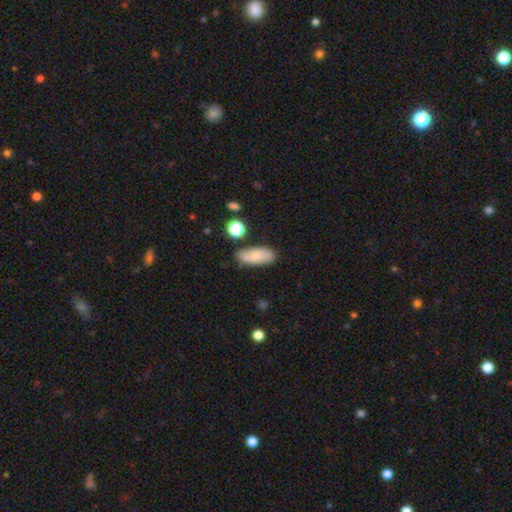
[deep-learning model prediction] This is likely a smooth galaxy (69%). How rounded: likely in between (79%). Merging: likely none (76%).